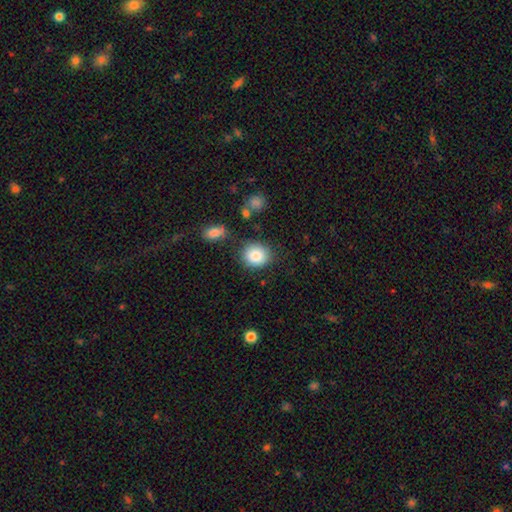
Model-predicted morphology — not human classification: The model was most divided on "how rounded": round: 78%, in between: 21%, cigar-shaped: 1%. More confident: smooth or featured — smooth (85%); merging — none (80%).